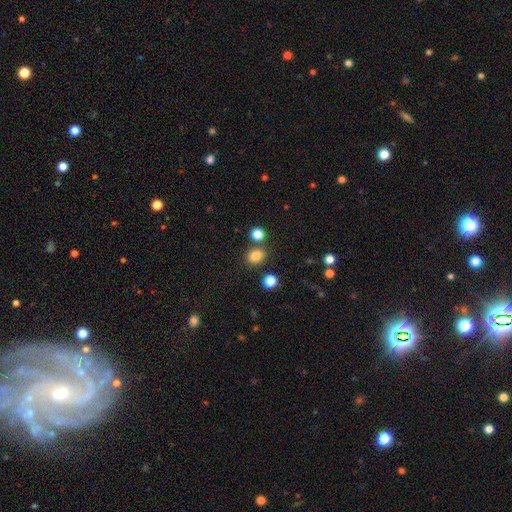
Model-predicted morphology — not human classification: Q: Smooth or featured?
A: smooth (82%); runner-up: star or artifact (13%)
Q: How rounded?
A: round (58%); runner-up: in between (41%)
Q: Merging?
A: none (77%); runner-up: merger (10%)